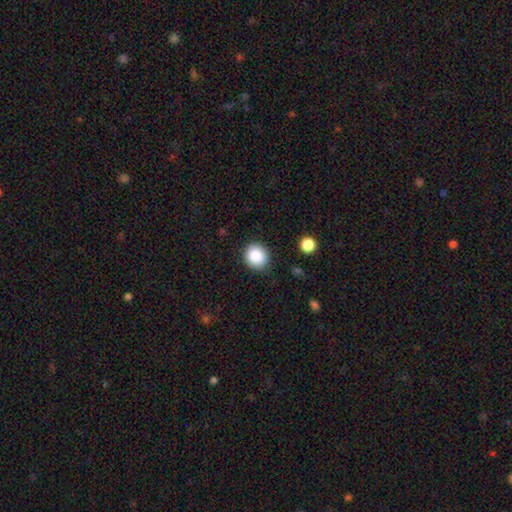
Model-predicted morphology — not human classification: Overall: smooth (87%). How rounded: round (83%). Merging: none (88%).